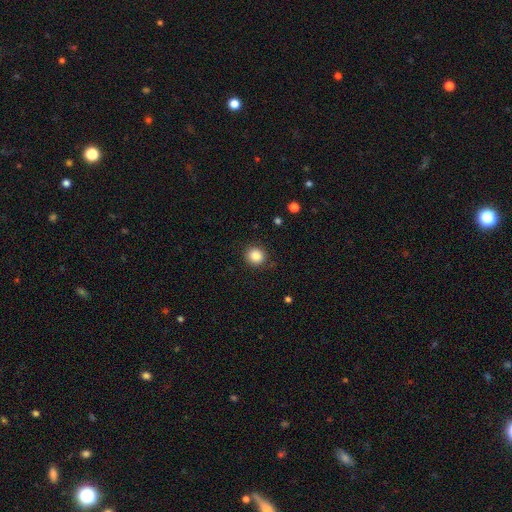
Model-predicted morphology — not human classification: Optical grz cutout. It shows a smooth galaxy with no disk features (86%) that is round (88%). Merging: none (88%).